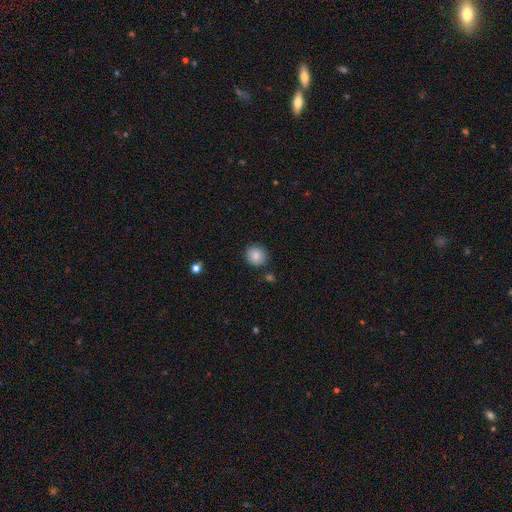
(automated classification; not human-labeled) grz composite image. It shows a smooth galaxy with no disk features (86%) that is round (87%). Merging: none (85%).